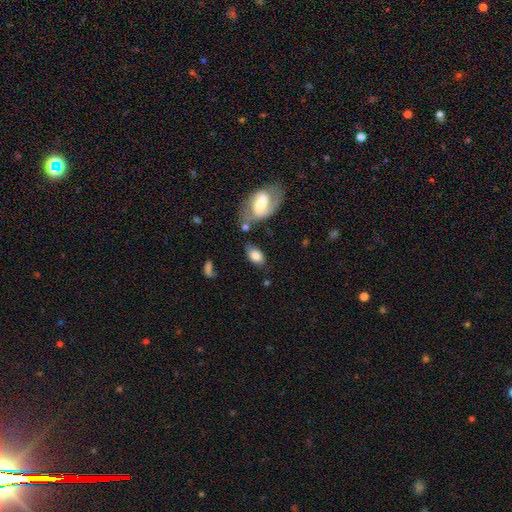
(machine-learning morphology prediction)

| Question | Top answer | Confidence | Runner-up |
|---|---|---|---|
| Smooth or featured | smooth | 74% | featured or disk (18%) |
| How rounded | in between | 89% | round (9%) |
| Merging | none | 62% | minor disturbance (19%) |